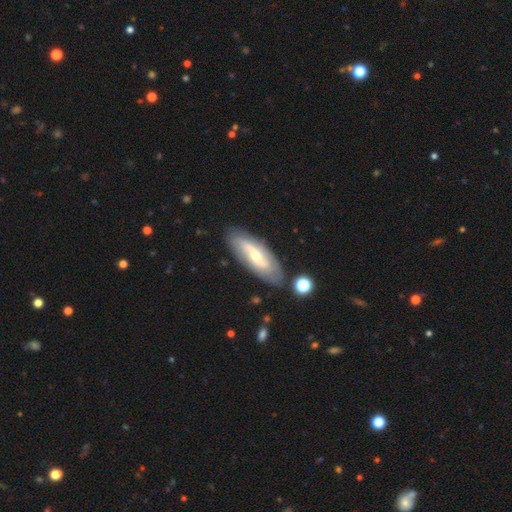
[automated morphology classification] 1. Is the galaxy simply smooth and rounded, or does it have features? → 62% featured or disk, 32% smooth, 6% star or artifact.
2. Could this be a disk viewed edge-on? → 80% no, 20% yes.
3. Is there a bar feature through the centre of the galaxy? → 44% no, 37% weak, 19% strong.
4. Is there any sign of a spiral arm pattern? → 71% yes, 29% no.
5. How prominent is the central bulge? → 49% small, 46% moderate, 3% large, 1% none, 1% dominant.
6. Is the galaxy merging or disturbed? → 81% none, 12% minor disturbance, 3% major disturbance, 3% merger.